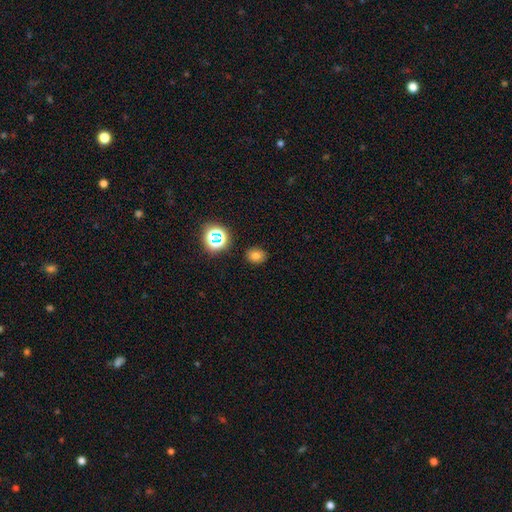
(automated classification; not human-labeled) Smooth or featured: smooth — 74% (star or artifact — 19%)
How rounded: round — 53% (in between — 47%)
Merging: none — 86% (minor disturbance — 9%)